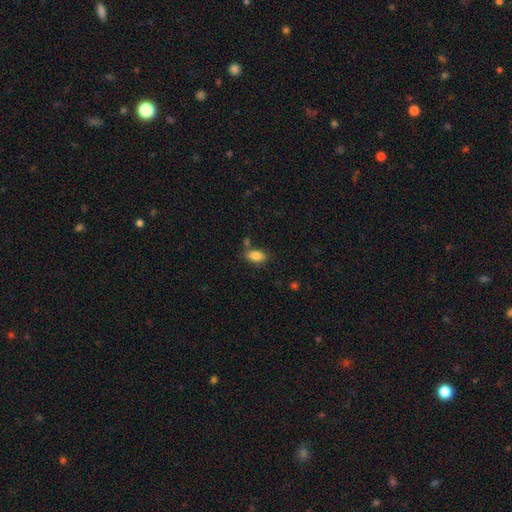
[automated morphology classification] Q: Smooth or featured?
A: smooth (85%); runner-up: star or artifact (9%)
Q: How rounded?
A: in between (89%); runner-up: round (8%)
Q: Merging?
A: none (70%); runner-up: minor disturbance (15%)